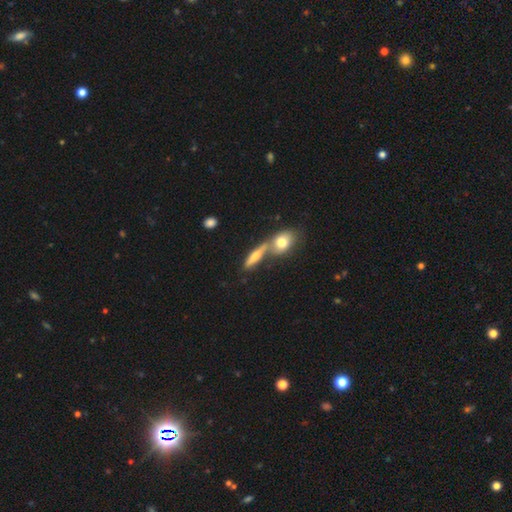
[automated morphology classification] The model was most divided on "smooth or featured": smooth: 51%, featured or disk: 34%, star or artifact: 14%. Remaining: merging — merger (55%); how rounded — in between (47%).